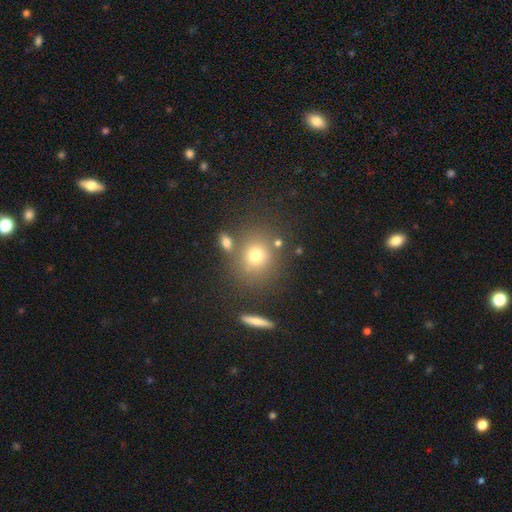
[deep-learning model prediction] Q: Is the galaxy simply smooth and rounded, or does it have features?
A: smooth — 72%.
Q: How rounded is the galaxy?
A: round — 79%.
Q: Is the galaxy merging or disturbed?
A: none — 73%.